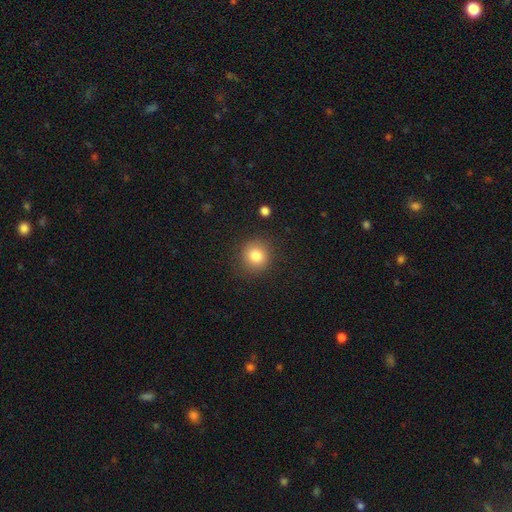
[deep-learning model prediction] Smooth or featured: smooth — 82% (star or artifact — 10%)
How rounded: round — 89% (in between — 10%)
Merging: none — 87% (minor disturbance — 9%)